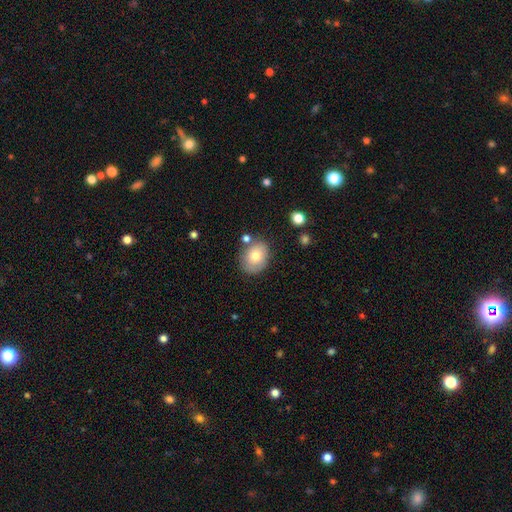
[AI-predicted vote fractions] Smooth or featured? smooth (74%)
How rounded? in between (54%)
Merging? none (72%)